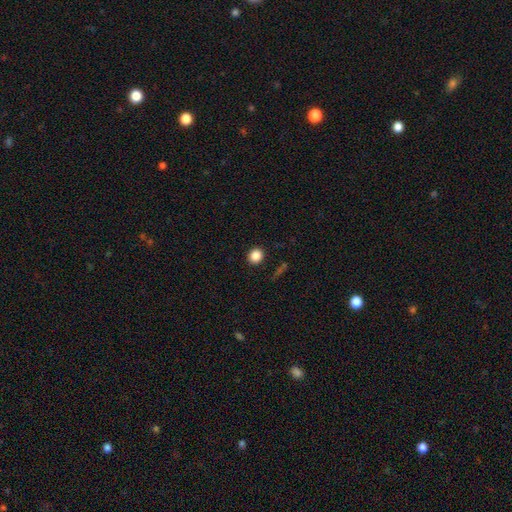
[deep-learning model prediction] This appears to be a smooth galaxy with no disk features (85%) that is round (88%). Merging: none (91%).